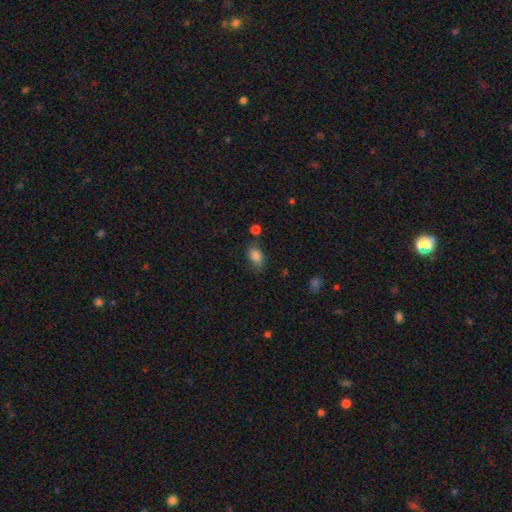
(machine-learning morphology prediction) Smooth or featured: smooth — 84% (star or artifact — 10%)
How rounded: in between — 85% (round — 12%)
Merging: none — 65% (minor disturbance — 24%)